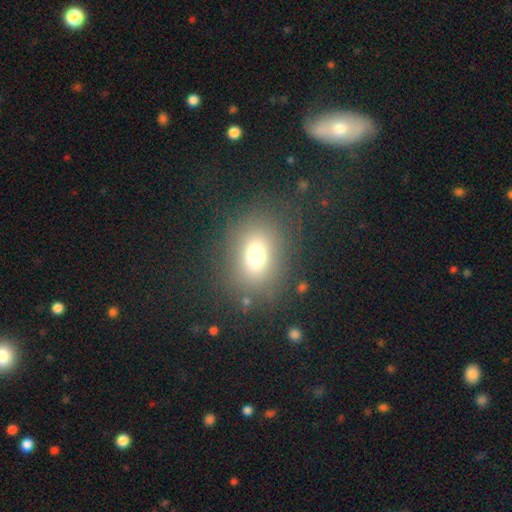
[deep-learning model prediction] Smooth or featured: smooth — 72% (star or artifact — 15%)
How rounded: in between — 59% (round — 40%)
Merging: none — 79% (minor disturbance — 11%)